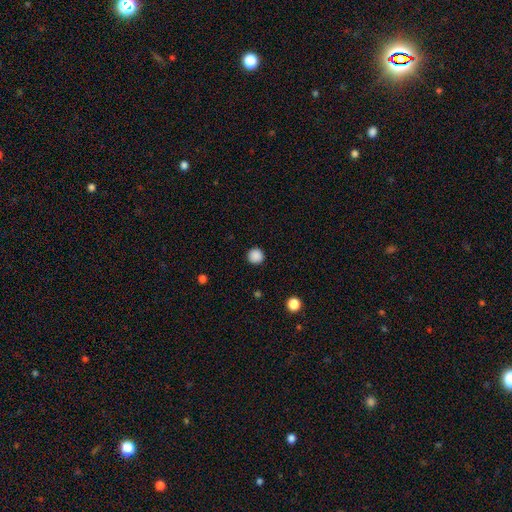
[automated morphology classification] smooth-or-featured: smooth: 87% | star or artifact: 10% | featured or disk: 2%
  how-rounded: round: 95% | in between: 4% | cigar-shaped: 1%
  merging: none: 92% | minor disturbance: 5% | major disturbance: 2% | merger: 1%